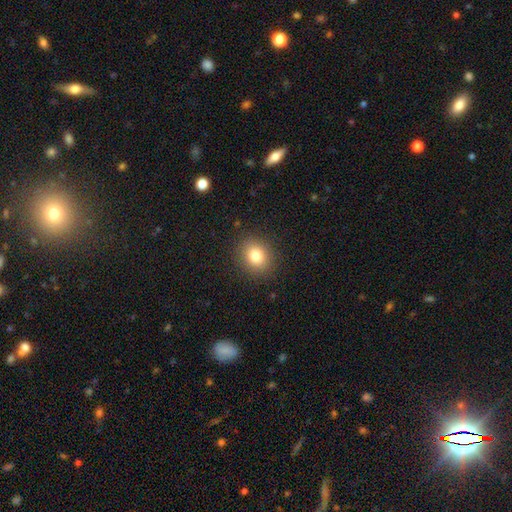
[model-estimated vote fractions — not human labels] The model was most divided on "how rounded": round: 75%, in between: 24%, cigar-shaped: 1%. More confident: merging — none (89%); smooth or featured — smooth (81%).